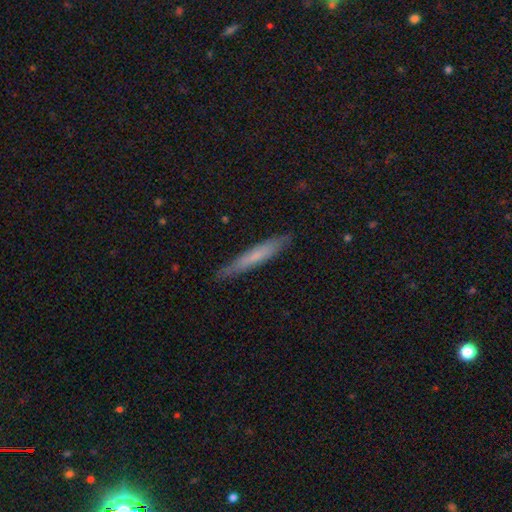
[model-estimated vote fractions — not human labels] This is possibly a smooth galaxy (58%). How rounded: clearly cigar-shaped (94%). Merging: clearly none (86%).